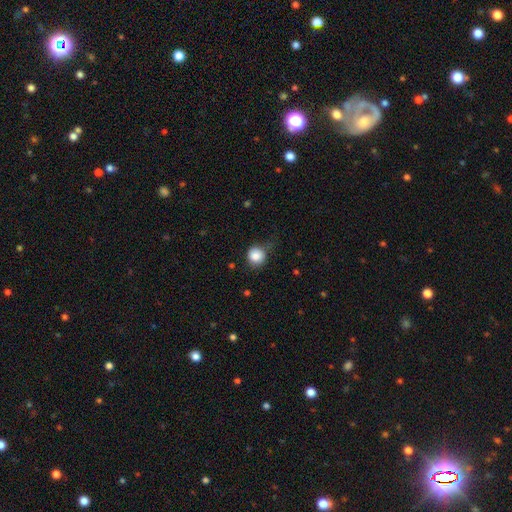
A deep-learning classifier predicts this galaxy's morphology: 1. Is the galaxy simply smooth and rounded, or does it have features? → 85% smooth, 9% star or artifact, 6% featured or disk.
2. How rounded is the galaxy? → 88% round, 11% in between, 1% cigar-shaped.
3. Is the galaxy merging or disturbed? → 62% none, 26% minor disturbance, 9% major disturbance, 2% merger.